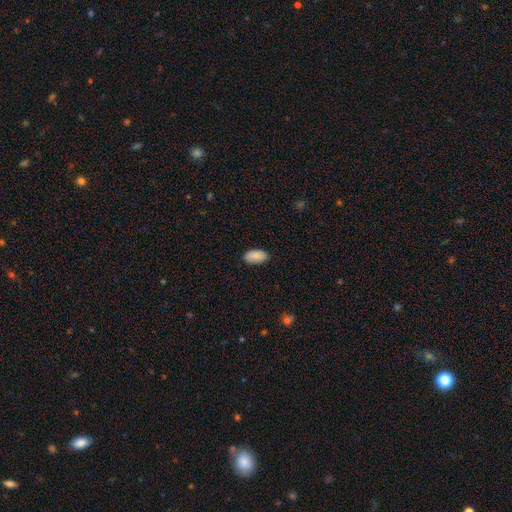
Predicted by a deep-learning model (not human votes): Smooth or featured? smooth (89%)
How rounded? in between (94%)
Merging? none (86%)